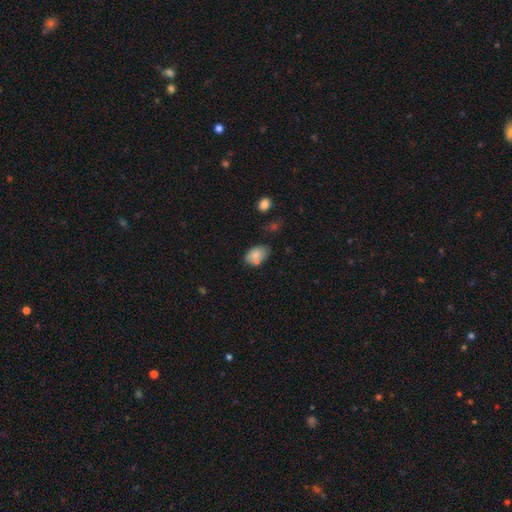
smooth_or_featured: smooth (p=0.74) [alt: featured or disk p=0.15]
how_rounded: in between (p=0.83) [alt: round p=0.14]
merging: none (p=0.69) [alt: minor disturbance p=0.20]